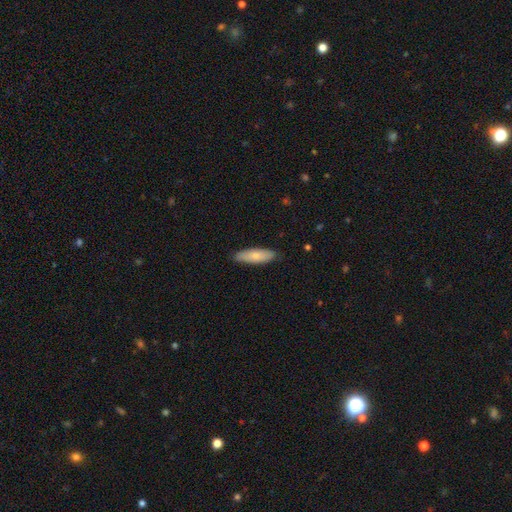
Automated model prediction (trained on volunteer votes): Smooth or featured?
  - smooth: 77% *
  - featured or disk: 18%
  - star or artifact: 5%
How rounded?
  - in between: 52% *
  - cigar-shaped: 46%
  - round: 2%
Merging?
  - none: 83% *
  - minor disturbance: 14%
  - major disturbance: 2%
  - merger: 1%